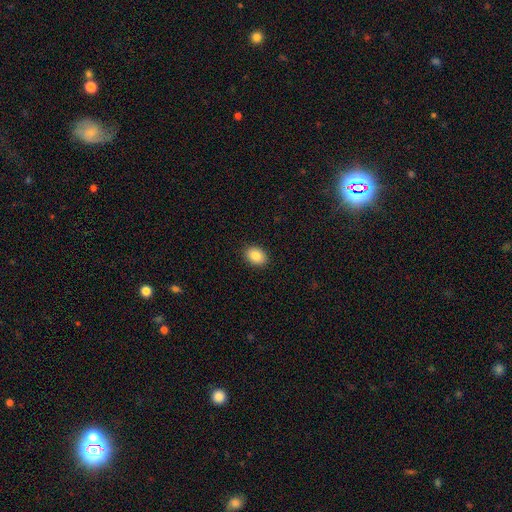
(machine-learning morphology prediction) A smooth galaxy with no disk features (85%) that is in between round and cigar-shaped (75%). Merging: none (90%).